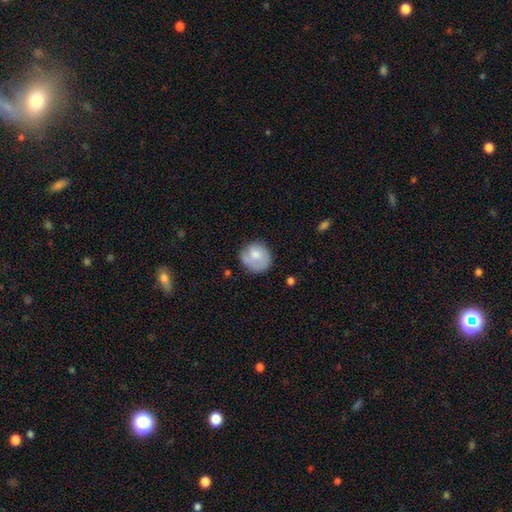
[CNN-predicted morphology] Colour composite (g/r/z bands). It shows a smooth galaxy with no disk features (71%) that is round (83%). Merging: none (67%).